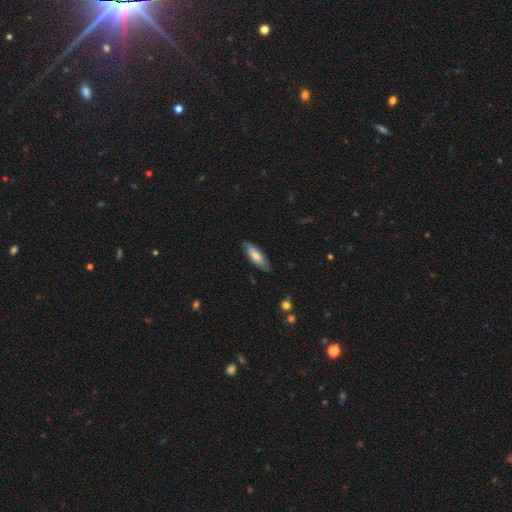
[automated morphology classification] A smooth galaxy with no disk features (68%) that is in between round and cigar-shaped (53%). Merging: none (82%).